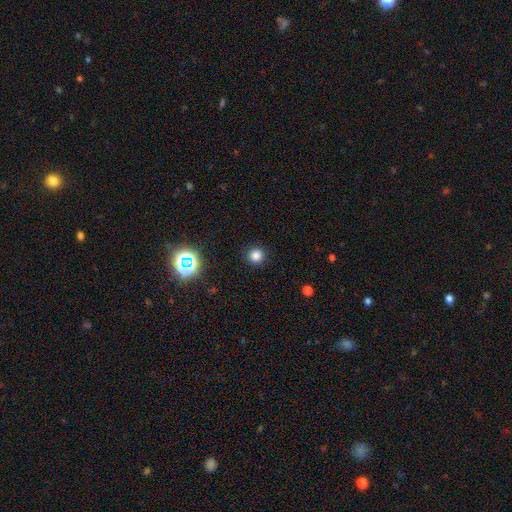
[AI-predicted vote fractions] smooth_or_featured: smooth (p=0.80) [alt: star or artifact p=0.16]
how_rounded: round (p=0.94) [alt: in between p=0.05]
merging: none (p=0.91) [alt: minor disturbance p=0.06]